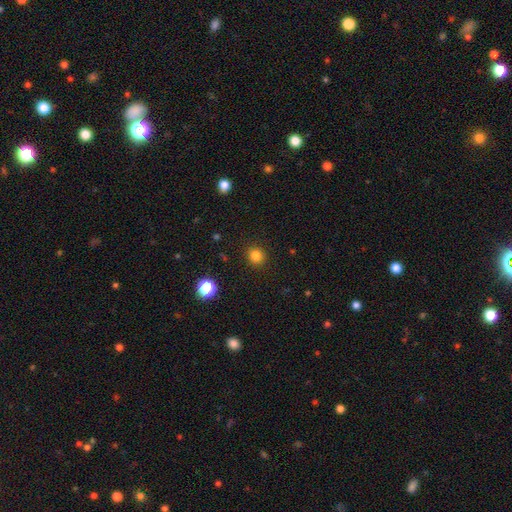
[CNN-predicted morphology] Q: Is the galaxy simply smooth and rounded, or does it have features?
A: smooth — 82%.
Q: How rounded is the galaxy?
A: round — 88%.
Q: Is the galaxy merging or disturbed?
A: none — 91%.